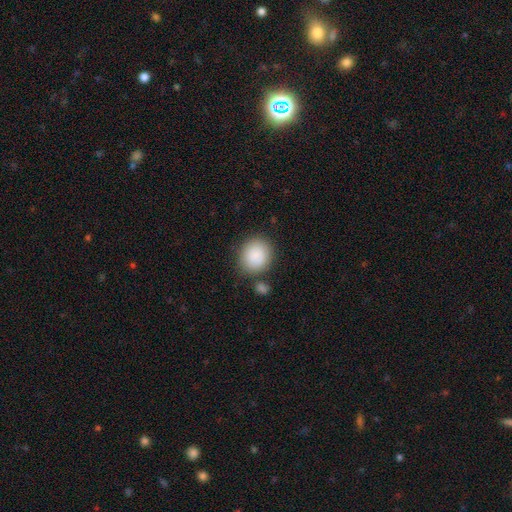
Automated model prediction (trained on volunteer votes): The model was most divided on "how rounded": round: 74%, in between: 25%, cigar-shaped: 1%. More confident: smooth or featured — smooth (89%); merging — none (77%).